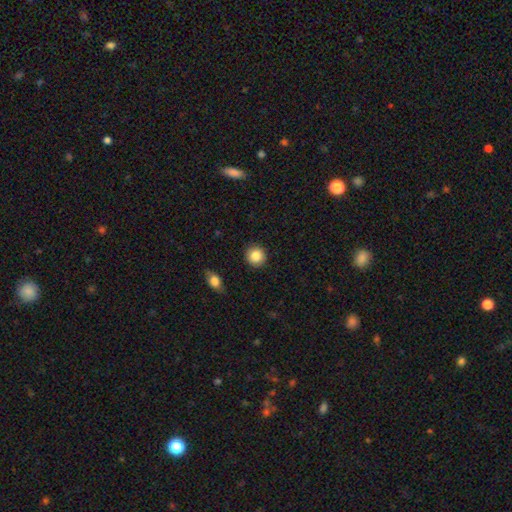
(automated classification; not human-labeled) Morphology: type=smooth (85%); roundness=round (92%); merging=none (91%).